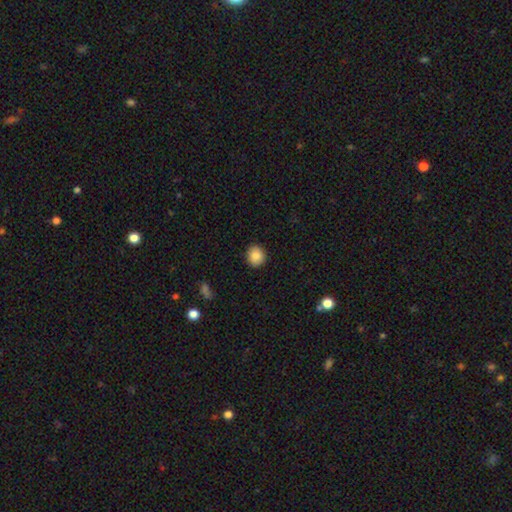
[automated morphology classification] Overall: smooth (87%). How rounded: round (75%). Merging: none (90%).